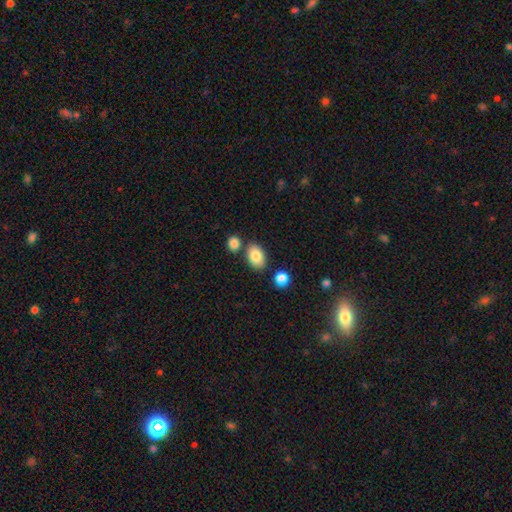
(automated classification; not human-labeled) smooth_or_featured: smooth (p=0.85) [alt: star or artifact p=0.08]
how_rounded: in between (p=0.86) [alt: round p=0.13]
merging: none (p=0.75) [alt: merger p=0.12]